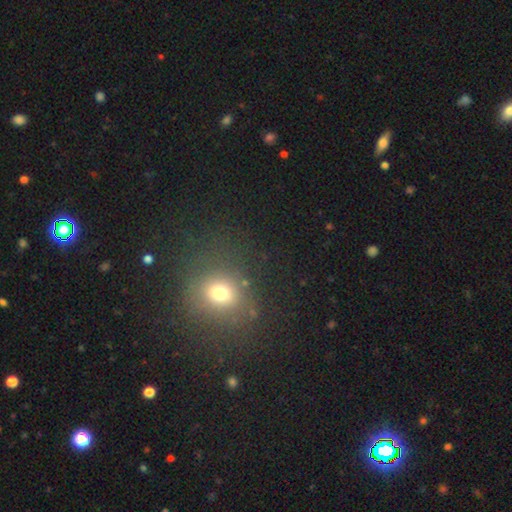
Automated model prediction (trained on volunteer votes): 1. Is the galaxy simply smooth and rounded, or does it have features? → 59% smooth, 31% star or artifact, 9% featured or disk.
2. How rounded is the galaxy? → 74% round, 25% in between, 2% cigar-shaped.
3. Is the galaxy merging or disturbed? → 84% none, 10% minor disturbance, 4% major disturbance, 2% merger.